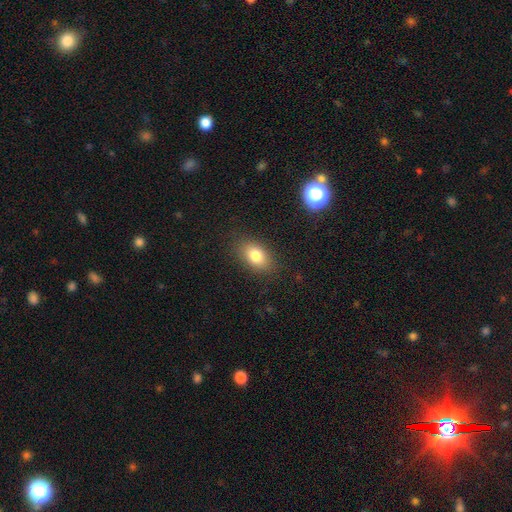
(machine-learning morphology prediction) Overall: smooth (80%). How rounded: in between (84%). Merging: none (85%).